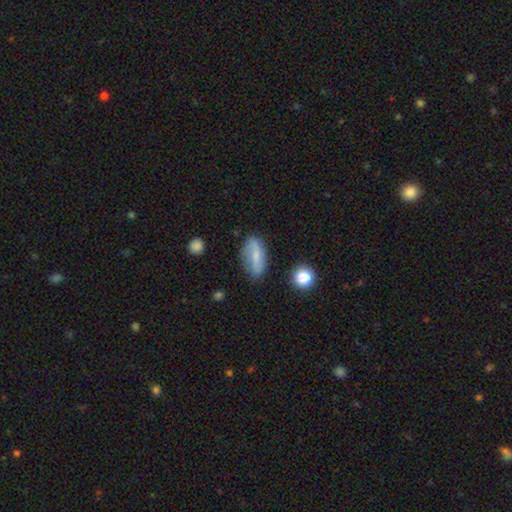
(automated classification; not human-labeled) Smooth or featured?
  - smooth: 53% *
  - featured or disk: 39%
  - star or artifact: 8%
How rounded?
  - in between: 80% *
  - cigar-shaped: 14%
  - round: 6%
Merging?
  - none: 77% *
  - minor disturbance: 17%
  - major disturbance: 4%
  - merger: 2%